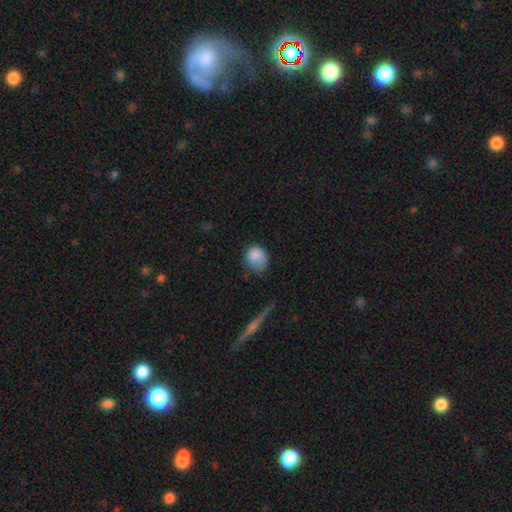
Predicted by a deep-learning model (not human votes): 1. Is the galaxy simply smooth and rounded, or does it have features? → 84% smooth, 8% star or artifact, 8% featured or disk.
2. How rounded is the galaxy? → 50% round, 48% in between, 1% cigar-shaped.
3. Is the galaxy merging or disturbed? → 48% none, 35% minor disturbance, 14% major disturbance, 3% merger.